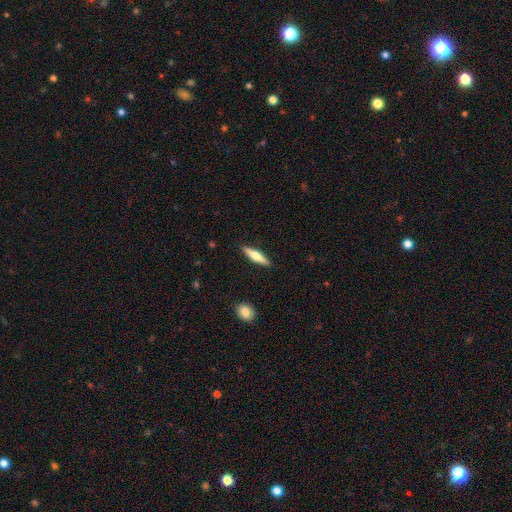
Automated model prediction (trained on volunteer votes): This appears to be a featured or disk galaxy (48%). Merging: none (90%).